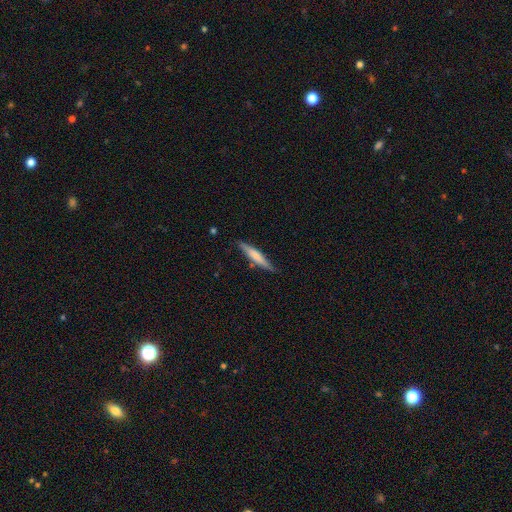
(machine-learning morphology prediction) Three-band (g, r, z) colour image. It shows a smooth galaxy with no disk features (61%) that is cigar-shaped (92%). Merging: none (83%).